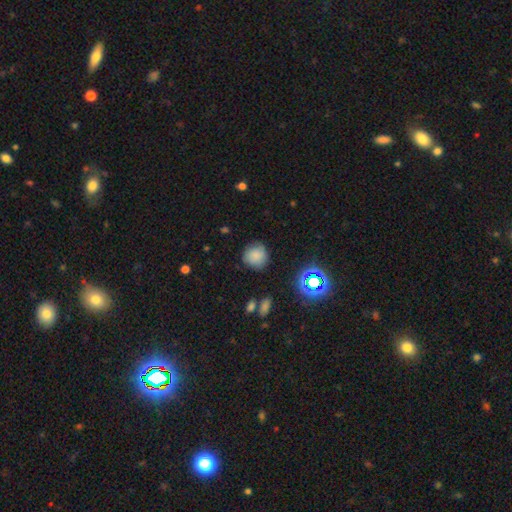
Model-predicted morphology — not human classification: Q: Smooth or featured?
A: smooth (80%); runner-up: star or artifact (13%)
Q: How rounded?
A: round (90%); runner-up: in between (9%)
Q: Merging?
A: none (81%); runner-up: minor disturbance (13%)